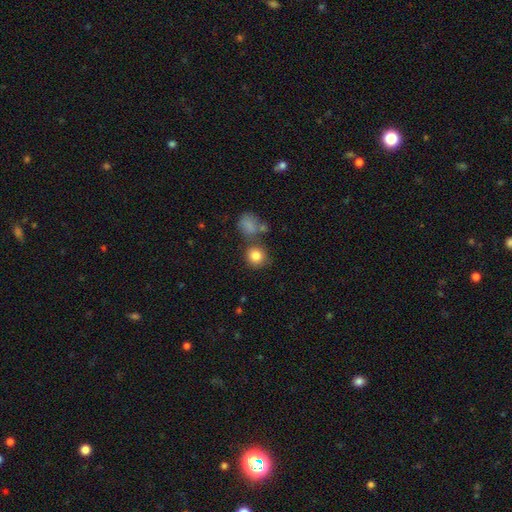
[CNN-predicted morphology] type=smooth (83%); roundness=round (88%); merging=none (70%).